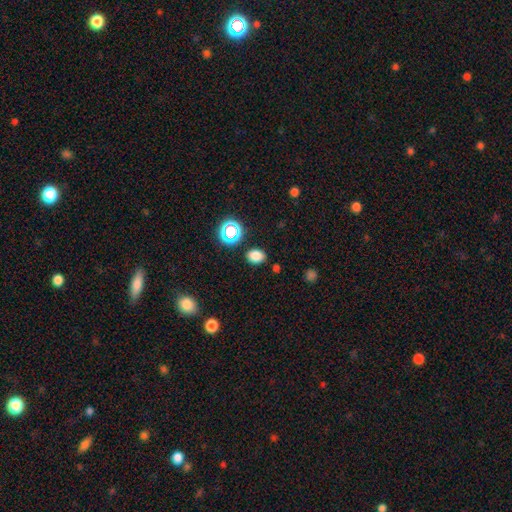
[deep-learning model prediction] Smooth or featured? Predicted: smooth (p=0.78). How rounded? Predicted: in between (p=0.66). Merging? Predicted: none (p=0.84).